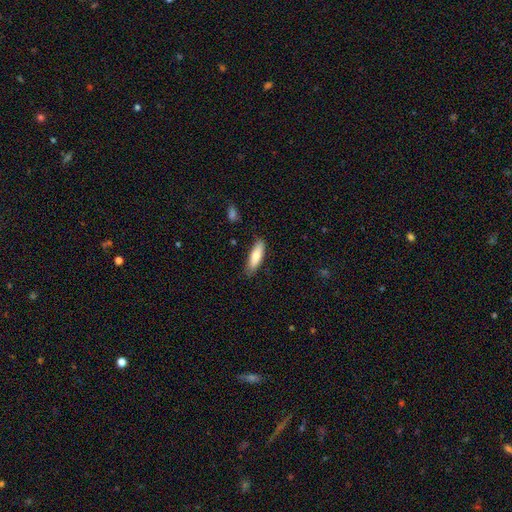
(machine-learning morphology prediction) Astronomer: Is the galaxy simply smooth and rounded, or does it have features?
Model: smooth — 75%.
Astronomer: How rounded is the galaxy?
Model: cigar-shaped — 55% (runner-up: in between, 43%).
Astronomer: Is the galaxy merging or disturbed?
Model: none — 83%.